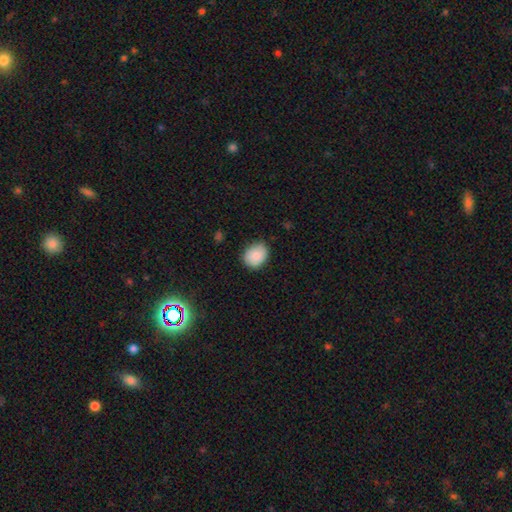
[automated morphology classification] A smooth galaxy with no disk features (87%) that is round (50%).

Vote fractions:
- Smooth or featured? smooth: 87% / star or artifact: 7% / featured or disk: 6%
- How rounded? round: 50% / in between: 49% / cigar-shaped: 1%
- Merging? none: 80% / minor disturbance: 16% / major disturbance: 3% / merger: 1%